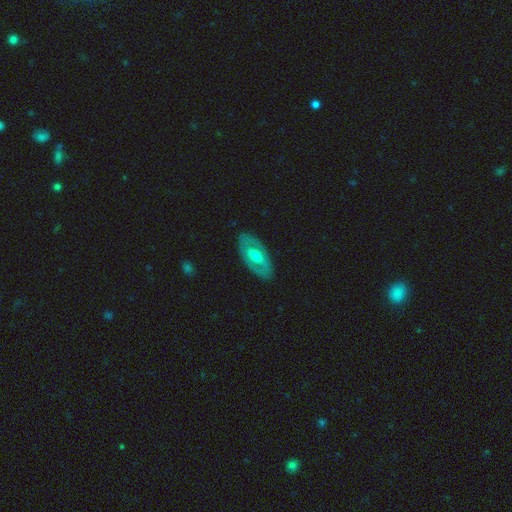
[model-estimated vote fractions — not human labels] featured or disk 62%, smooth 33%, star or artifact 5%. Down the decision tree: edge-on disk — no (89%); bar — no (47%); spiral arms — no (70%); bulge size — moderate (66%); merging — none (84%).